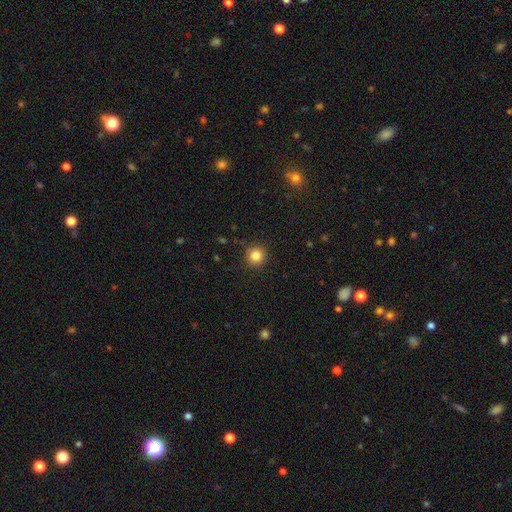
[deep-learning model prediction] Smooth or featured?
  - smooth: 84% *
  - star or artifact: 11%
  - featured or disk: 5%
How rounded?
  - round: 94% *
  - in between: 5%
  - cigar-shaped: 1%
Merging?
  - none: 89% *
  - minor disturbance: 7%
  - major disturbance: 2%
  - merger: 1%